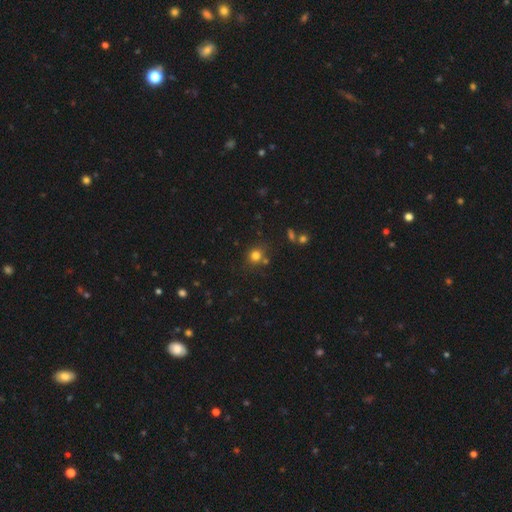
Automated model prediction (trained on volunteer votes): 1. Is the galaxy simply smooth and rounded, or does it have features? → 78% smooth, 16% star or artifact, 7% featured or disk.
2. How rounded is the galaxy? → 83% round, 16% in between, 1% cigar-shaped.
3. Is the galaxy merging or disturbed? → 74% none, 11% minor disturbance, 11% merger, 4% major disturbance.